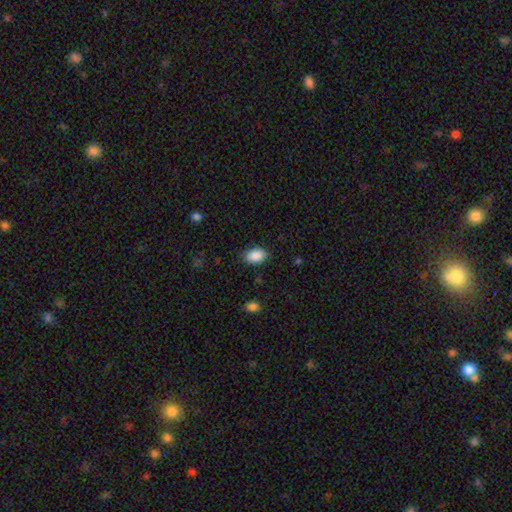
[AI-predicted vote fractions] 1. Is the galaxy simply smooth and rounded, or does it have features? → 90% smooth, 7% star or artifact, 3% featured or disk.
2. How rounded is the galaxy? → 90% in between, 9% round, 1% cigar-shaped.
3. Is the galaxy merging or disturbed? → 85% none, 11% minor disturbance, 3% major disturbance, 1% merger.